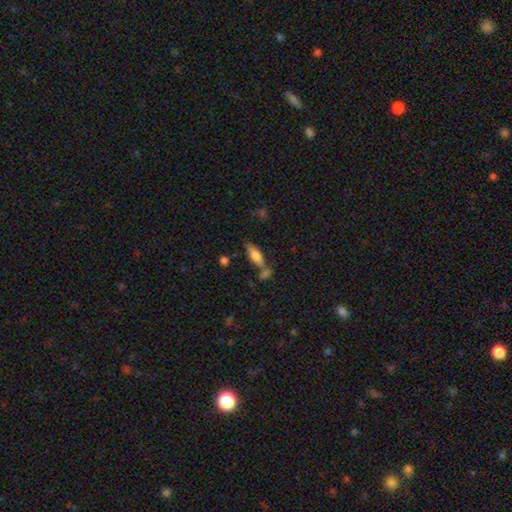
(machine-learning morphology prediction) smooth 72%, featured or disk 20%, star or artifact 8%. Down the decision tree: how rounded — in between (58%); merging — none (56%).